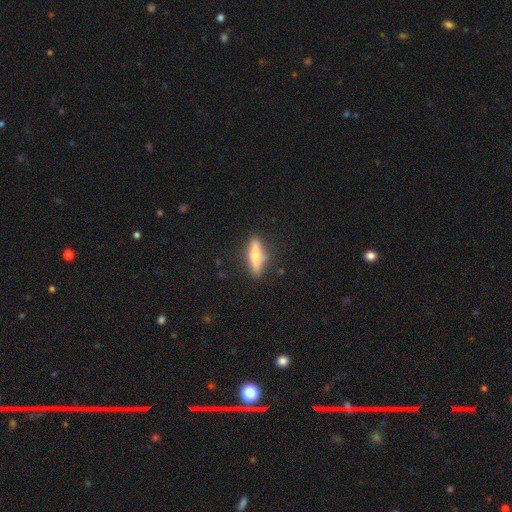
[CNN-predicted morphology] The model was most divided on "smooth or featured": smooth: 49%, featured or disk: 44%, star or artifact: 6%. More confident: merging — none (83%).